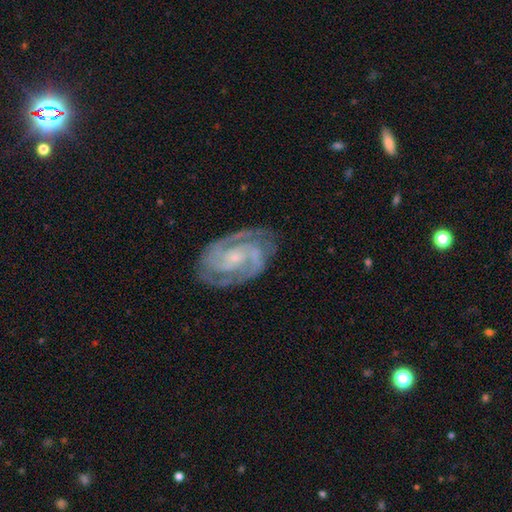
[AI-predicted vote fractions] Morphology: type=featured or disk (91%); edge-on=no (98%); bar=no (57%); spiral arms=yes (98%); winding=tight (55%); arm count=2 (70%); bulge=small (78%); merging=none (78%).